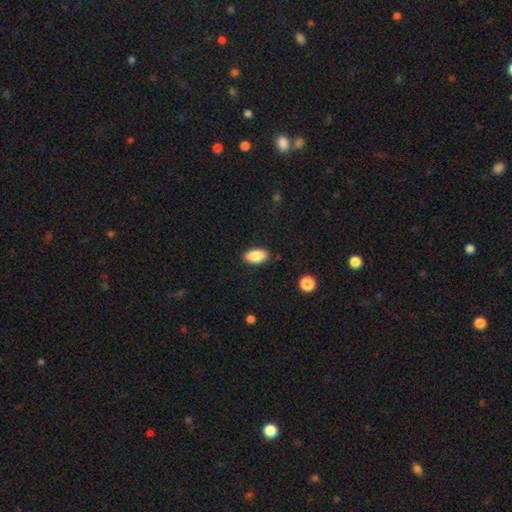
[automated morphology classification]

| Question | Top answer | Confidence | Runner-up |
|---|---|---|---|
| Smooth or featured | smooth | 85% | featured or disk (8%) |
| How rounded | in between | 92% | cigar-shaped (4%) |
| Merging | none | 87% | minor disturbance (9%) |